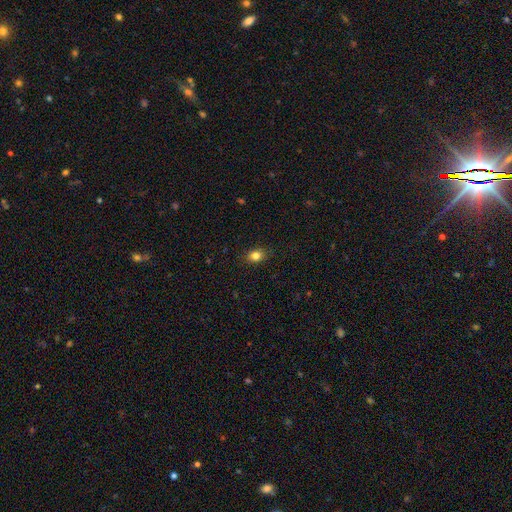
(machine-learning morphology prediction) smooth-or-featured: smooth: 83% | star or artifact: 11% | featured or disk: 6%
  how-rounded: in between: 61% | round: 38% | cigar-shaped: 1%
  merging: none: 87% | minor disturbance: 10% | major disturbance: 2% | merger: 1%